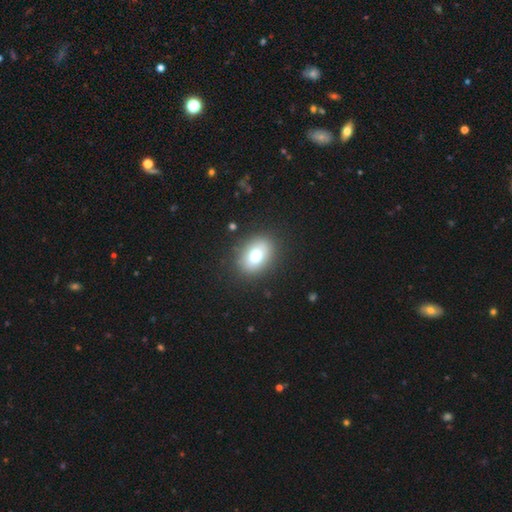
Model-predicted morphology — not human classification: Smooth or featured?
  - smooth: 73% *
  - featured or disk: 16%
  - star or artifact: 11%
How rounded?
  - in between: 67% *
  - round: 32%
  - cigar-shaped: 1%
Merging?
  - none: 87% *
  - minor disturbance: 9%
  - major disturbance: 3%
  - merger: 1%